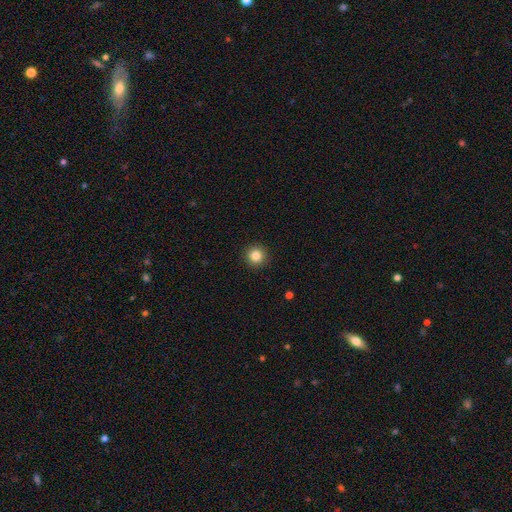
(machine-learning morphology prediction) This is clearly a smooth galaxy (84%). How rounded: clearly round (95%). Merging: clearly none (93%).